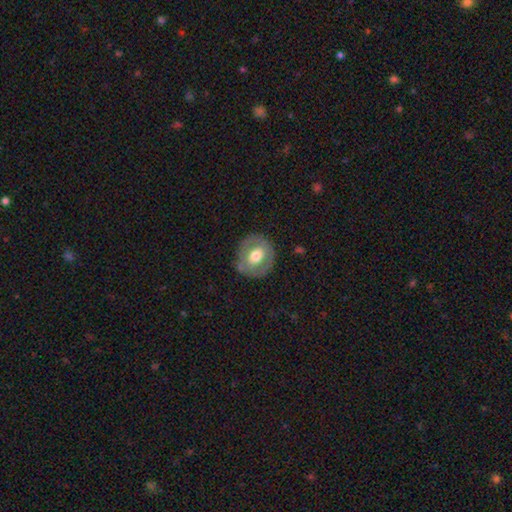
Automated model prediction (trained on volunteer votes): This is possibly a smooth galaxy (47%, tied with featured or disk). Merging: likely none (78%).